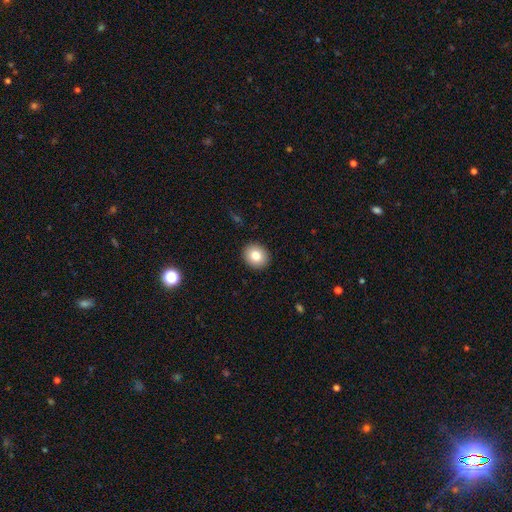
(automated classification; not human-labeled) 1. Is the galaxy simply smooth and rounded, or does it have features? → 82% smooth, 9% featured or disk, 9% star or artifact.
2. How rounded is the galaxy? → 72% round, 27% in between, 1% cigar-shaped.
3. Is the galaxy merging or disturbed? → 92% none, 5% minor disturbance, 2% major disturbance, 1% merger.